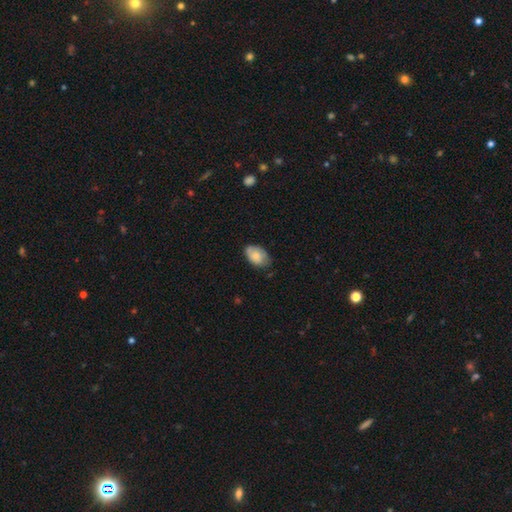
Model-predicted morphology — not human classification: Smooth or featured? smooth (77%)
How rounded? in between (91%)
Merging? none (64%)